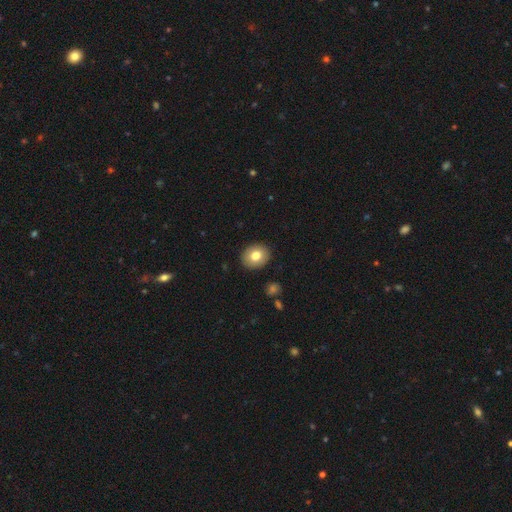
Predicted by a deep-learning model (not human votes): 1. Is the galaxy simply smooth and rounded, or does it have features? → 79% smooth, 13% featured or disk, 8% star or artifact.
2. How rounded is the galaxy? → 58% round, 41% in between, 1% cigar-shaped.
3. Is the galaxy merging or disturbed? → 90% none, 7% minor disturbance, 2% major disturbance, 1% merger.